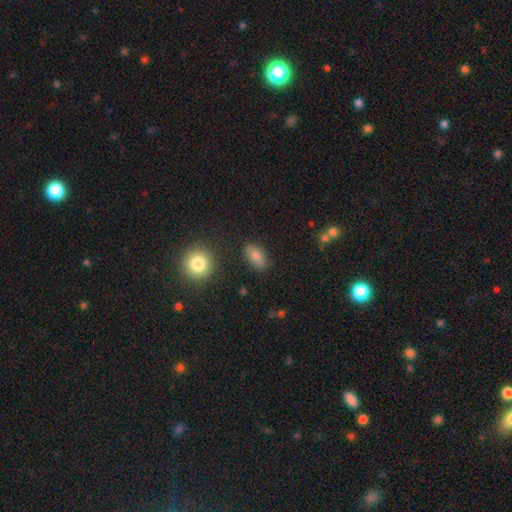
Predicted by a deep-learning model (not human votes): This appears to be a smooth galaxy with no disk features (74%) that is in between round and cigar-shaped (86%). Merging: none (85%).